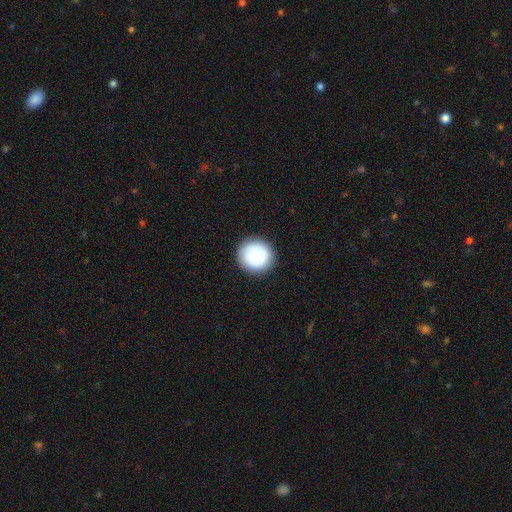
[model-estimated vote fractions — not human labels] This is likely a smooth galaxy (78%). How rounded: clearly round (93%). Merging: clearly none (90%).